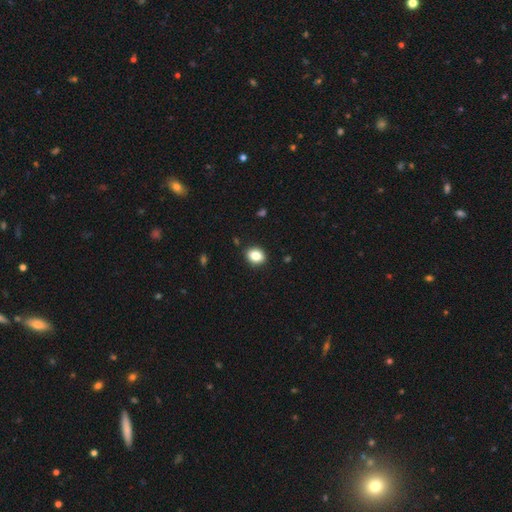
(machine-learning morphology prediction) Overall: smooth (84%). How rounded: round (52%; in between 47%). Merging: none (89%).